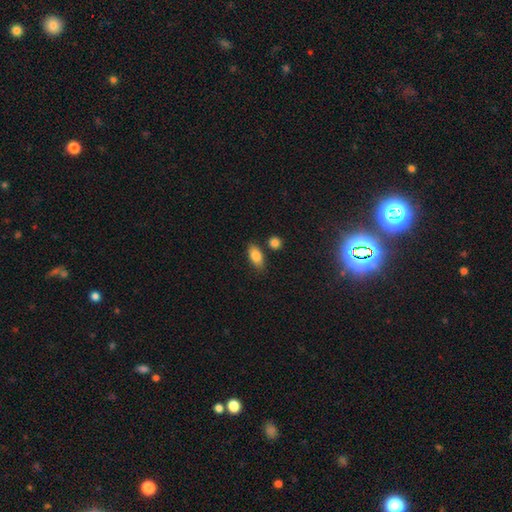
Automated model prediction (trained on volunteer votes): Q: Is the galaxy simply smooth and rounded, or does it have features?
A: smooth — 85%.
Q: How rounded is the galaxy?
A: in between — 87%.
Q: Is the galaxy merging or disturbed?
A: none — 77%.